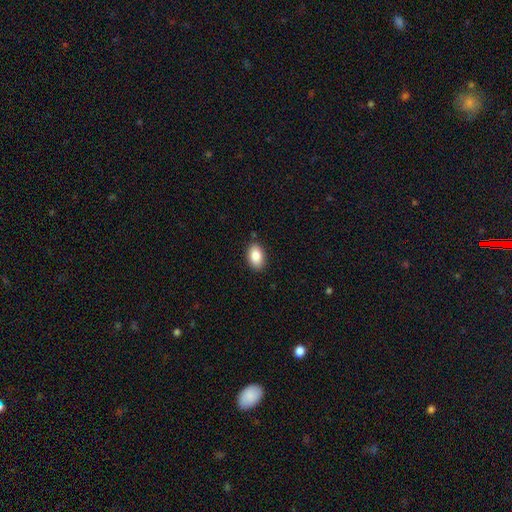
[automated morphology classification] Smooth or featured: smooth — 86% (star or artifact — 7%)
How rounded: in between — 90% (round — 9%)
Merging: none — 87% (minor disturbance — 10%)